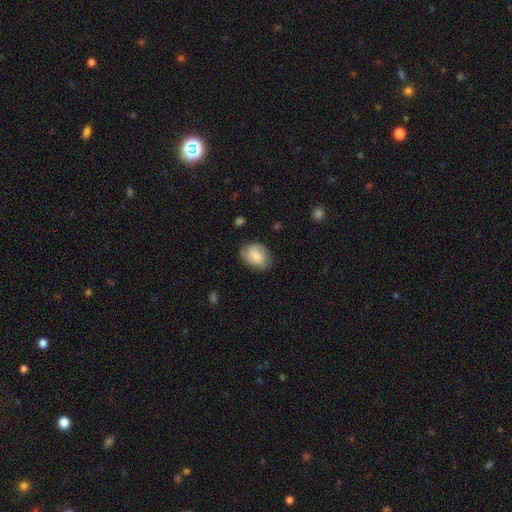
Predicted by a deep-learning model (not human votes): This is likely a smooth galaxy (70%). How rounded: possibly in between (59%). Merging: likely none (73%).